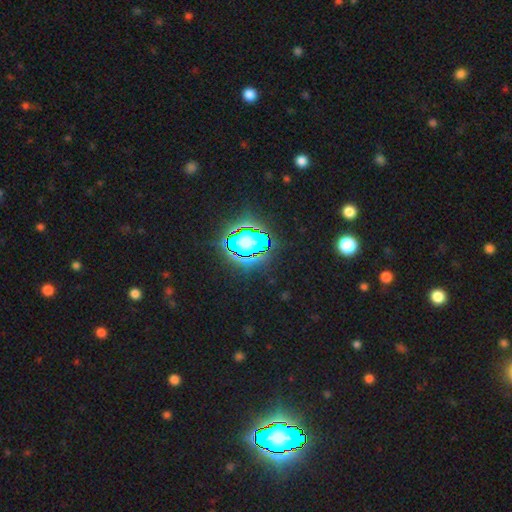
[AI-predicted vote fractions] Morphology: type=star or artifact (62%).